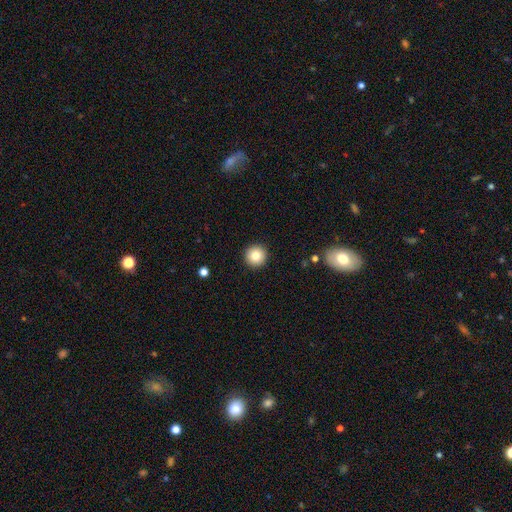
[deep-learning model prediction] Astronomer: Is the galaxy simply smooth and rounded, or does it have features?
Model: smooth — 82%.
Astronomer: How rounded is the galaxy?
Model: round — 96%.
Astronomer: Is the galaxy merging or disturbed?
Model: none — 93%.